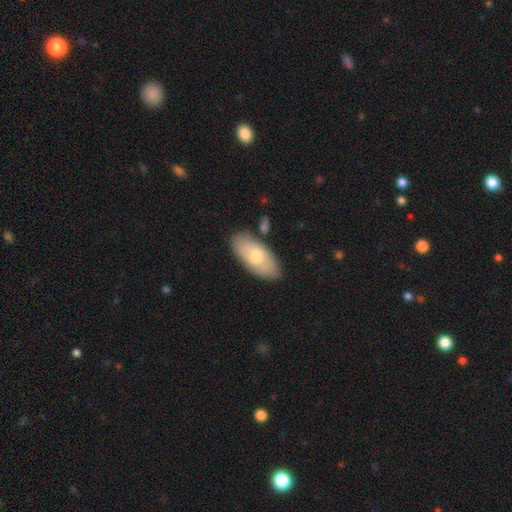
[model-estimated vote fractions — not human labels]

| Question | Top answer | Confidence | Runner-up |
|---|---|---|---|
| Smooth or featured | smooth | 70% | featured or disk (25%) |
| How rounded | in between | 90% | cigar-shaped (7%) |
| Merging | none | 81% | minor disturbance (12%) |